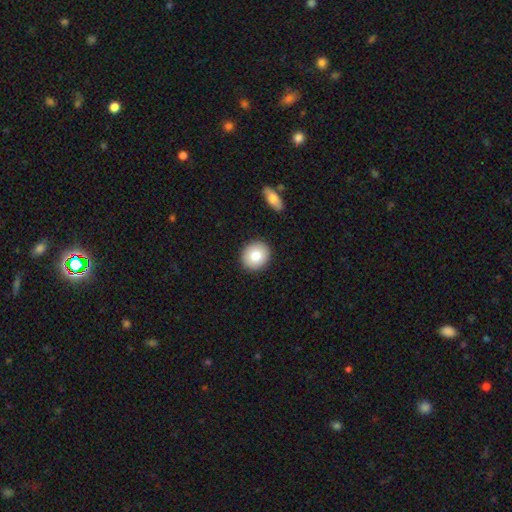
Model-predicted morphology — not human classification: Smooth or featured? smooth (81%)
How rounded? round (80%)
Merging? none (90%)